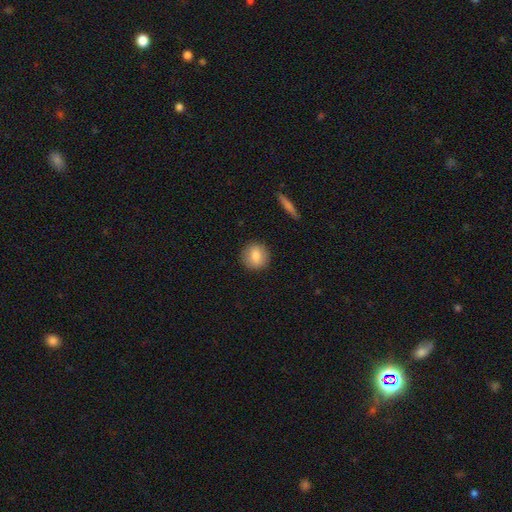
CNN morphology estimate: smooth_or_featured: smooth (p=0.82) [alt: featured or disk p=0.10]
how_rounded: round (p=0.87) [alt: in between p=0.12]
merging: none (p=0.90) [alt: minor disturbance p=0.07]